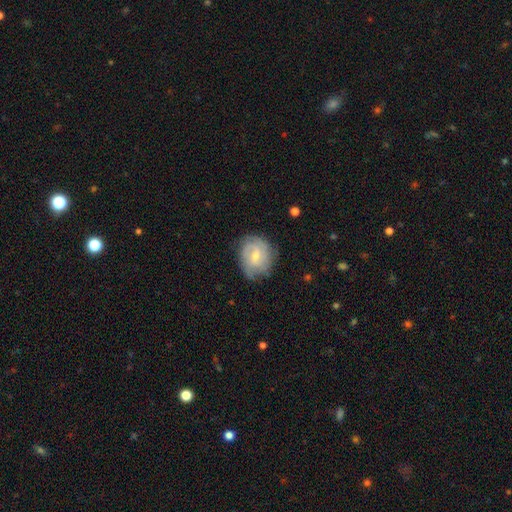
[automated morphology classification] A featured or disk galaxy (67%) with a weak bar (56%), tight (55%) spiral arms (87%) and a small central bulge (57%). Merging: none (68%).